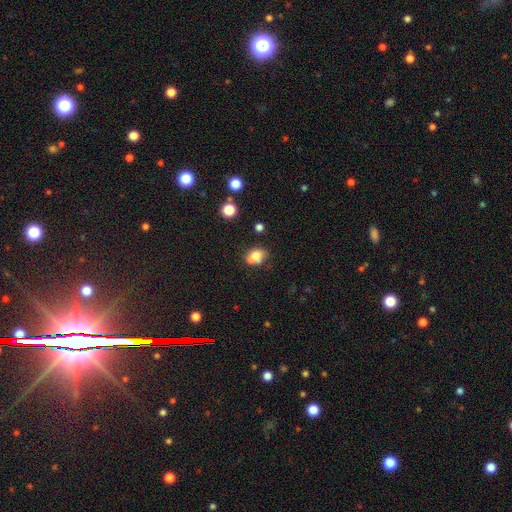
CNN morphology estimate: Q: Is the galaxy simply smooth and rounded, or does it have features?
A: smooth — 72%.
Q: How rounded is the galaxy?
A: round — 55%.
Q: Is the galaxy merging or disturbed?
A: none — 47%.